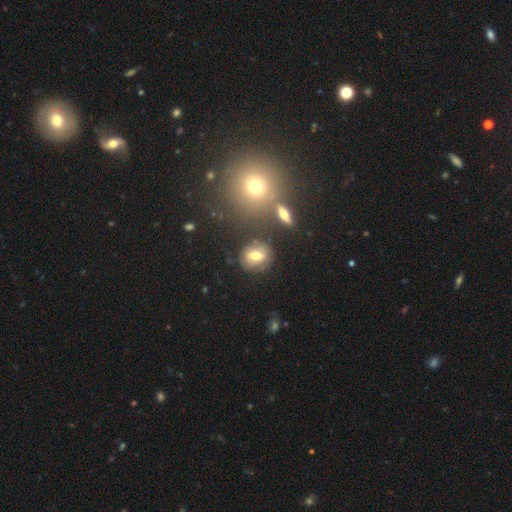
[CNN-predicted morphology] smooth-or-featured: smooth: 61% | featured or disk: 28% | star or artifact: 11%
  how-rounded: round: 58% | in between: 39% | cigar-shaped: 2%
  merging: none: 75% | minor disturbance: 13% | merger: 7% | major disturbance: 5%